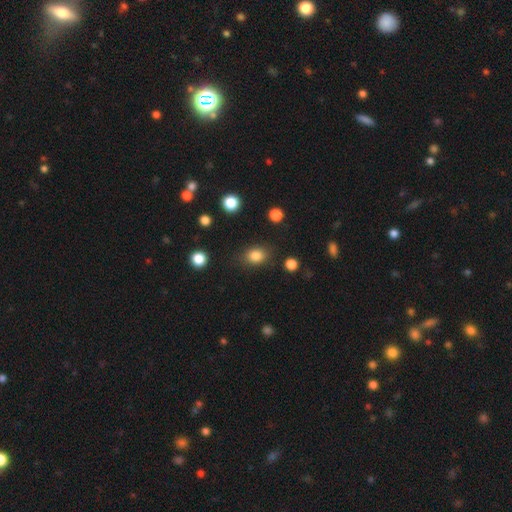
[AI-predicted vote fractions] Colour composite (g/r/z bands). It shows a smooth galaxy with no disk features (83%) that is in between round and cigar-shaped (55%). Merging: none (81%).